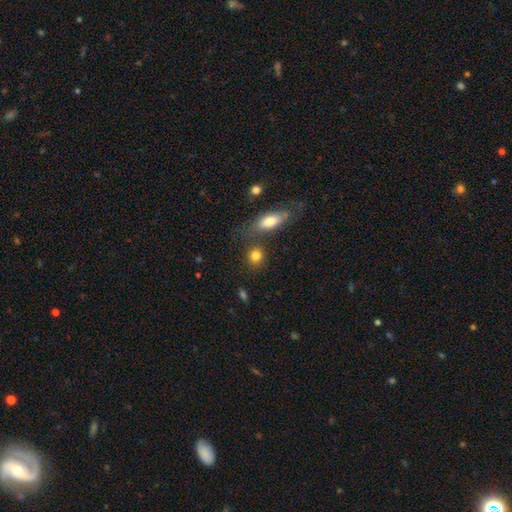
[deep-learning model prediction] Smooth or featured?
  - smooth: 83% *
  - star or artifact: 9%
  - featured or disk: 8%
How rounded?
  - round: 69% *
  - in between: 28%
  - cigar-shaped: 3%
Merging?
  - none: 71% *
  - merger: 13%
  - minor disturbance: 12%
  - major disturbance: 4%